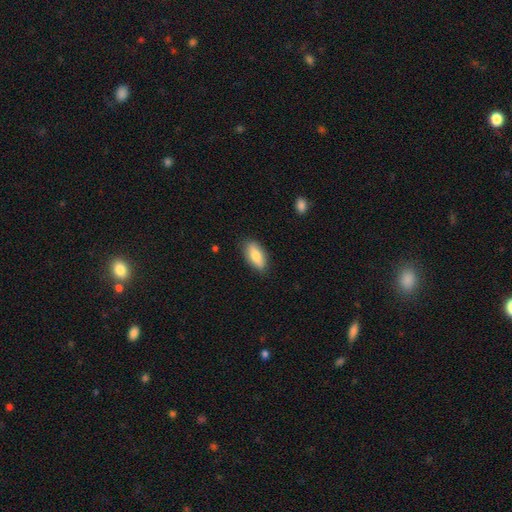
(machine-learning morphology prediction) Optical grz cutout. It shows a smooth galaxy with no disk features (77%) that is in between round and cigar-shaped (82%). Merging: none (85%).